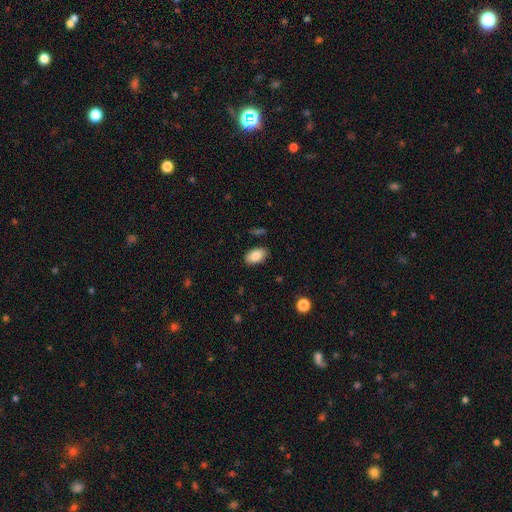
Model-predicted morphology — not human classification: Q: Smooth or featured?
A: smooth (86%); runner-up: featured or disk (7%)
Q: How rounded?
A: in between (93%); runner-up: round (6%)
Q: Merging?
A: none (86%); runner-up: minor disturbance (10%)